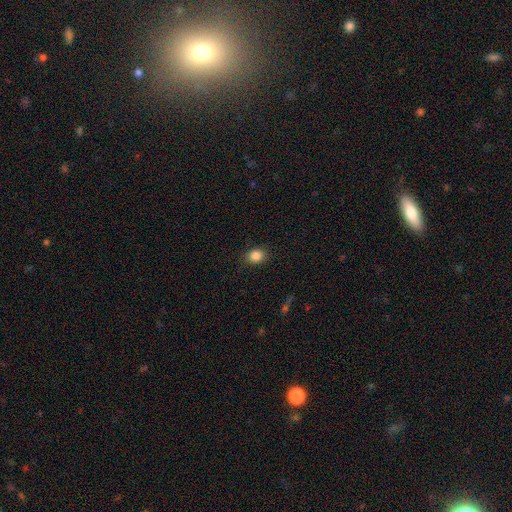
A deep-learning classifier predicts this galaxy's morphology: Overall: smooth (86%). How rounded: round (59%; in between 40%). Merging: none (86%).